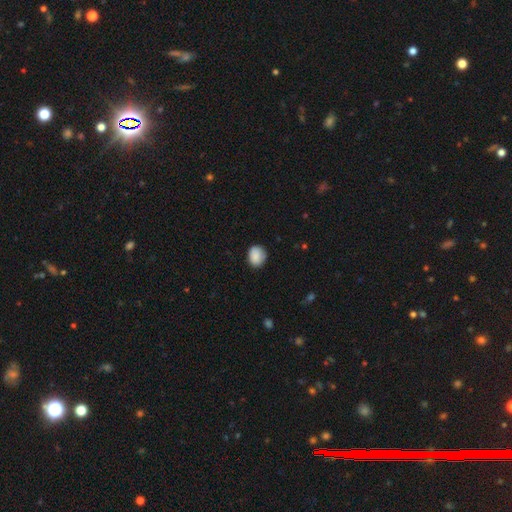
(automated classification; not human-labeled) Smooth or featured? smooth (88%)
How rounded? round (56%)
Merging? none (78%)